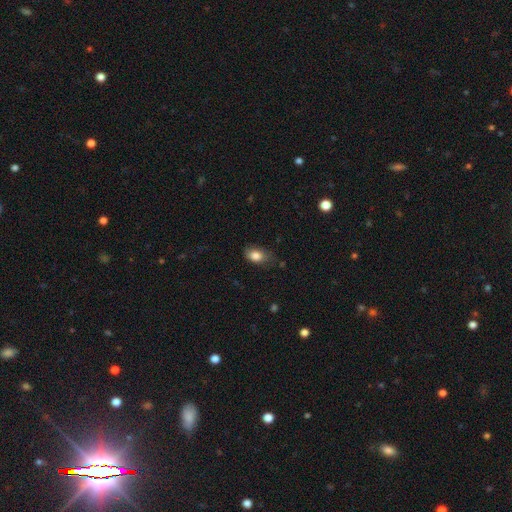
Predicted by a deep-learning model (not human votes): Smooth or featured: smooth — 83% (featured or disk — 9%)
How rounded: in between — 84% (round — 15%)
Merging: none — 63% (minor disturbance — 29%)